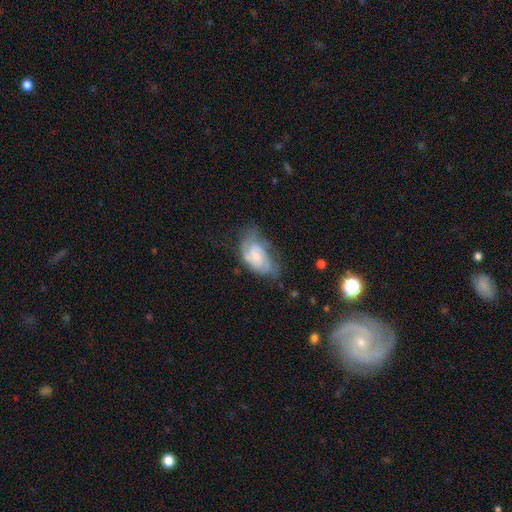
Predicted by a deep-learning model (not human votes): smooth-or-featured: featured or disk: 74% | smooth: 20% | star or artifact: 6%
  disk-edge-on: no: 97% | yes: 3%
    bar: no: 51% | weak: 42% | strong: 7%
    has-spiral-arms: yes: 93% | no: 7%
      spiral-winding: tight: 47% | medium: 42% | loose: 12%
      spiral-arm-count: 2: 57% | can't tell: 20% | 3: 11% | 1: 7% | 4: 2% | more than 4: 2%
    bulge-size: small: 53% | moderate: 32% | none: 10% | large: 4% | dominant: 1%
  merging: none: 54% | minor disturbance: 28% | major disturbance: 16% | merger: 2%